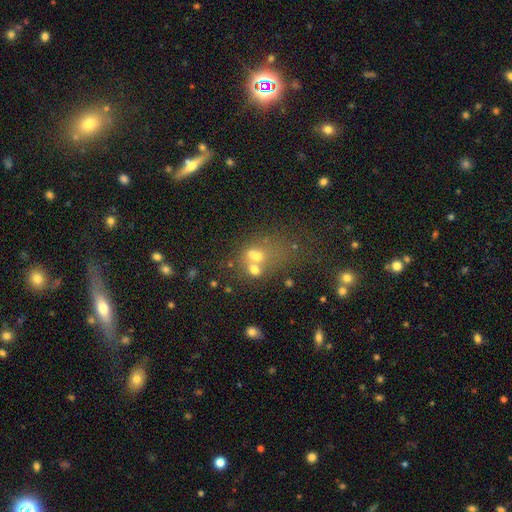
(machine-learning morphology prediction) The model was most divided on "how rounded": in between: 52%, round: 46%, cigar-shaped: 2%. Remaining: smooth or featured — smooth (50%); merging — merger (50%).